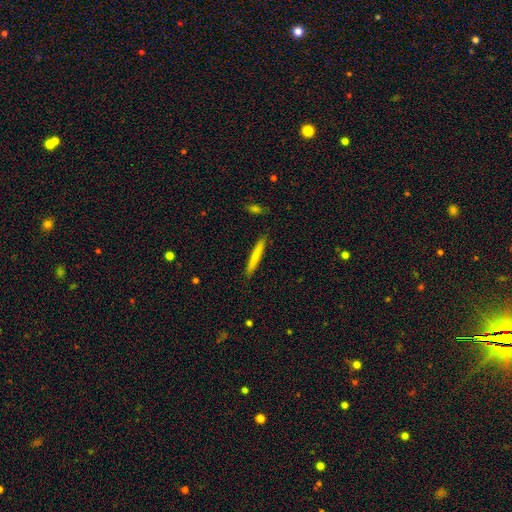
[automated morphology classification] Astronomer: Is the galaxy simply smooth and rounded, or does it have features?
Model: smooth — 77%.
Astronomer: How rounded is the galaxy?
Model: cigar-shaped — 96%.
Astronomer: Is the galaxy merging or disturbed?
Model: none — 90%.